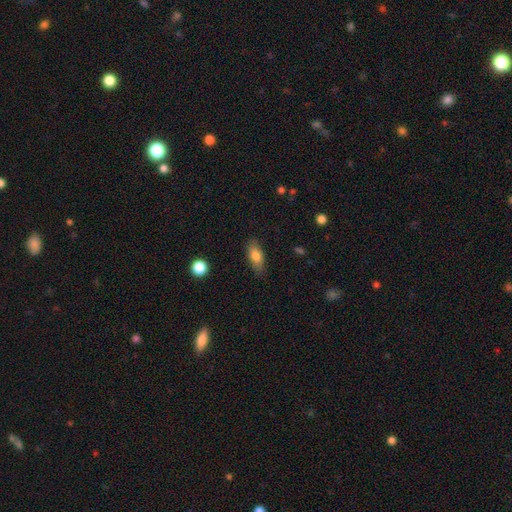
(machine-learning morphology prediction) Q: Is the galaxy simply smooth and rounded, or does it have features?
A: smooth — 77%.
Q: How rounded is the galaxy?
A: in between — 79%.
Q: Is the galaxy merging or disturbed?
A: none — 80%.